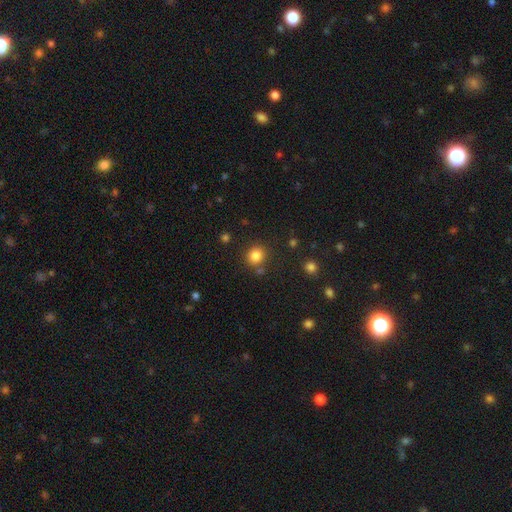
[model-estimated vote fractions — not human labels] A smooth galaxy with no disk features (84%) that is round (87%).

Vote fractions:
- Smooth or featured? smooth: 84% / star or artifact: 12% / featured or disk: 4%
- How rounded? round: 87% / in between: 12% / cigar-shaped: 1%
- Merging? none: 81% / minor disturbance: 9% / merger: 7% / major disturbance: 3%